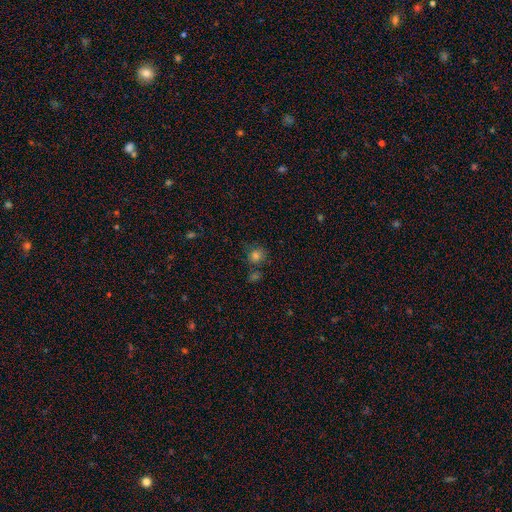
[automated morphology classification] Smooth or featured? smooth (75%)
How rounded? round (82%)
Merging? none (69%)